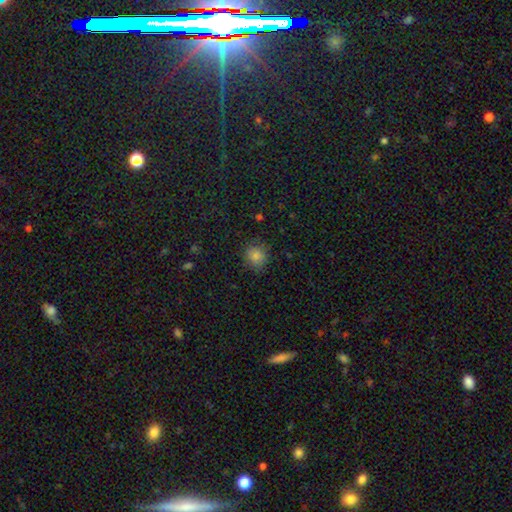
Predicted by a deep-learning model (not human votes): Smooth or featured?
  - smooth: 81% *
  - star or artifact: 14%
  - featured or disk: 5%
How rounded?
  - round: 86% *
  - in between: 13%
  - cigar-shaped: 1%
Merging?
  - none: 85% *
  - minor disturbance: 11%
  - major disturbance: 3%
  - merger: 1%